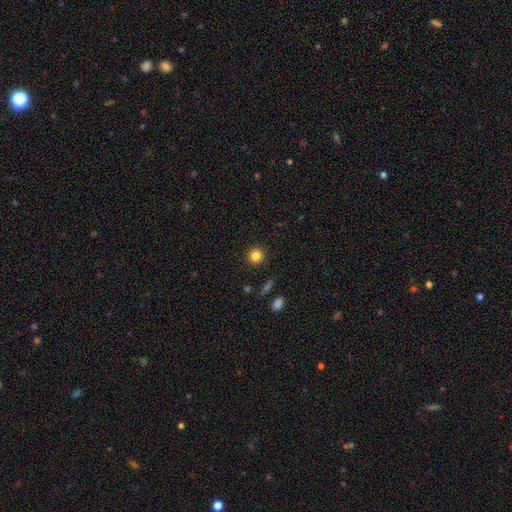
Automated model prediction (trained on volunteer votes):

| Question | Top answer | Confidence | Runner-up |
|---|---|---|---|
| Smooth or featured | smooth | 83% | star or artifact (11%) |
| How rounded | round | 93% | in between (6%) |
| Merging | none | 91% | minor disturbance (5%) |